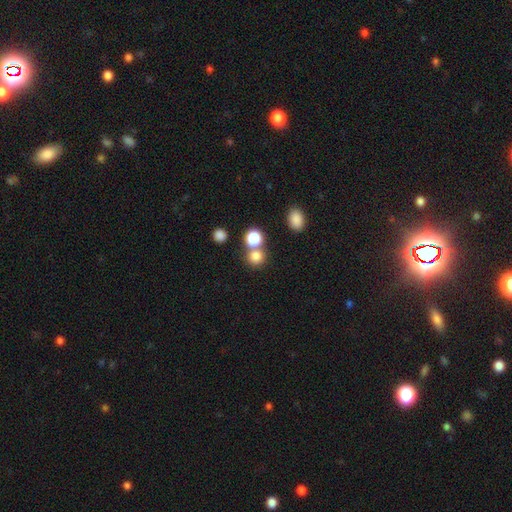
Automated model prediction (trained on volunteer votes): The model was most divided on "merging": none: 61%, merger: 29%, minor disturbance: 7%, major disturbance: 3%. More confident: how rounded — round (86%); smooth or featured — smooth (78%).